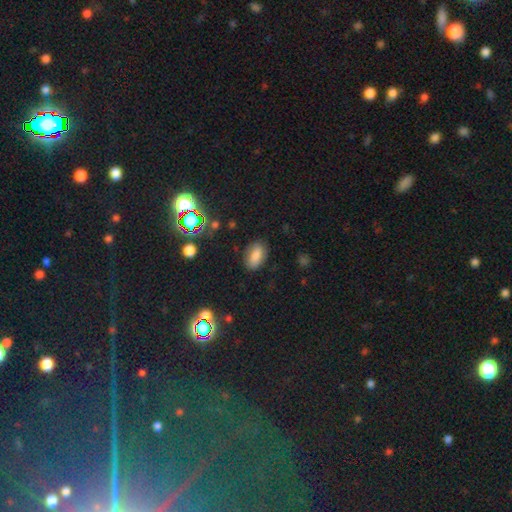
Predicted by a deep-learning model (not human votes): This is likely a smooth galaxy (79%). How rounded: clearly in between (90%). Merging: clearly none (81%).